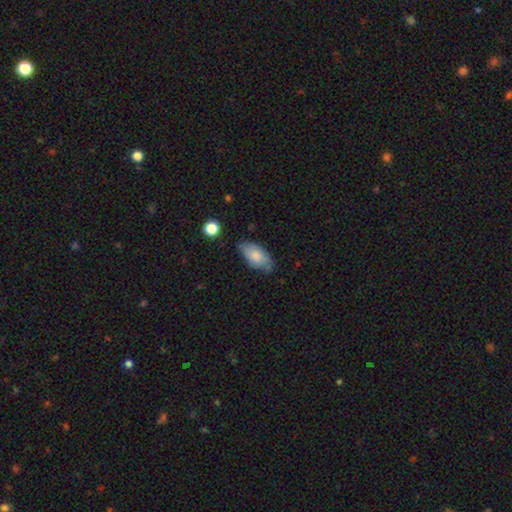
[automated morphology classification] This is likely a smooth galaxy (77%). How rounded: clearly in between (91%). Merging: likely none (64%).